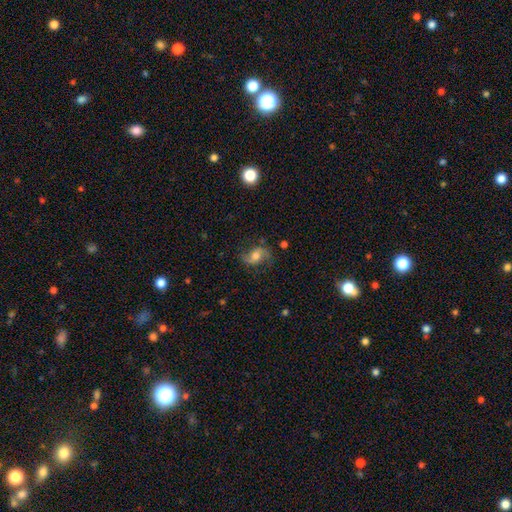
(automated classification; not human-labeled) smooth_or_featured: featured or disk (p=0.67) [alt: smooth p=0.23]
disk_edge_on: no (p=0.97) [alt: yes p=0.03]
bar: no (p=0.52) [alt: weak p=0.37]
has_spiral_arms: yes (p=0.92) [alt: no p=0.08]
spiral_winding: loose (p=0.56) [alt: medium p=0.35]
spiral_arm_count: 2 (p=0.89) [alt: can't tell p=0.04]
bulge_size: moderate (p=0.58) [alt: small p=0.20]
merging: none (p=0.69) [alt: minor disturbance p=0.18]